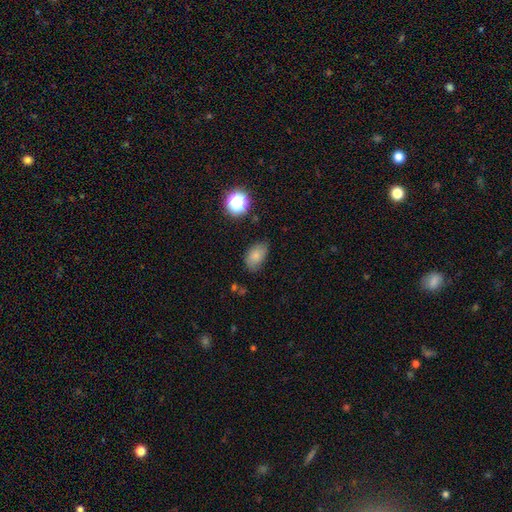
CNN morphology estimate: type=smooth (79%); roundness=in between (87%); merging=none (70%).